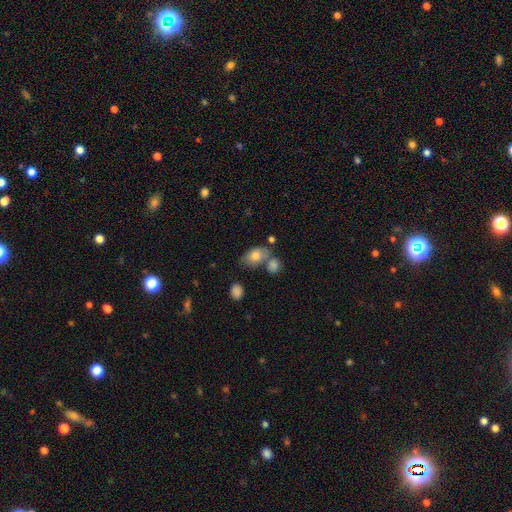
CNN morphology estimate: Q: Smooth or featured?
A: smooth (77%); runner-up: featured or disk (15%)
Q: How rounded?
A: in between (84%); runner-up: round (14%)
Q: Merging?
A: none (46%); runner-up: merger (29%)